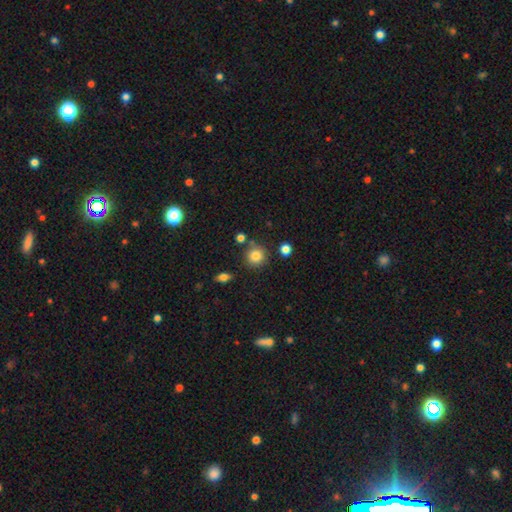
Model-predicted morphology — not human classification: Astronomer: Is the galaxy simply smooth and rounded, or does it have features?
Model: smooth — 82%.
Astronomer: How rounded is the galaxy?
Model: round — 91%.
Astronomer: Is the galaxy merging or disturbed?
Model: none — 79%.